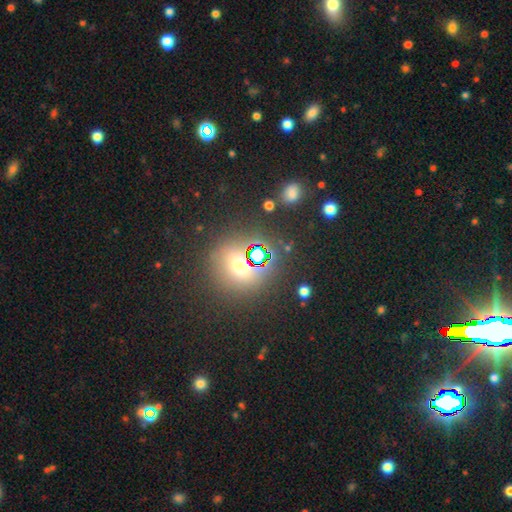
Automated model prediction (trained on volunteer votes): smooth_or_featured: star or artifact (p=0.50) [alt: smooth p=0.37]